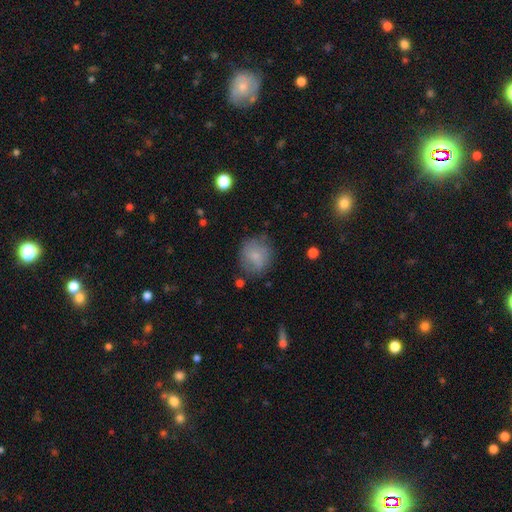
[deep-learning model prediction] smooth-or-featured: smooth: 71% | featured or disk: 21% | star or artifact: 9%
  how-rounded: round: 80% | in between: 19% | cigar-shaped: 1%
  merging: none: 68% | minor disturbance: 21% | major disturbance: 8% | merger: 3%